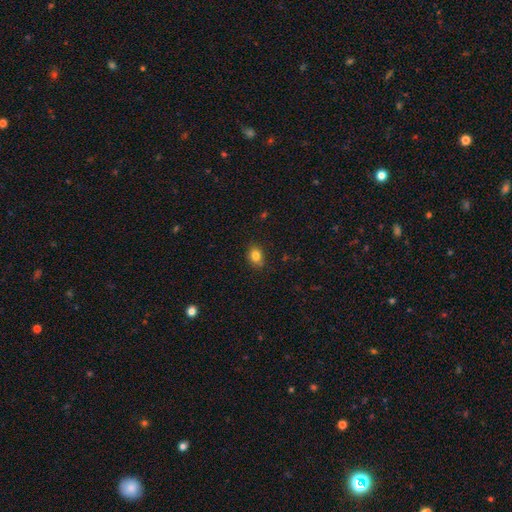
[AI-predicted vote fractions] A smooth galaxy with no disk features (82%) that is round (52%). Merging: none (79%).